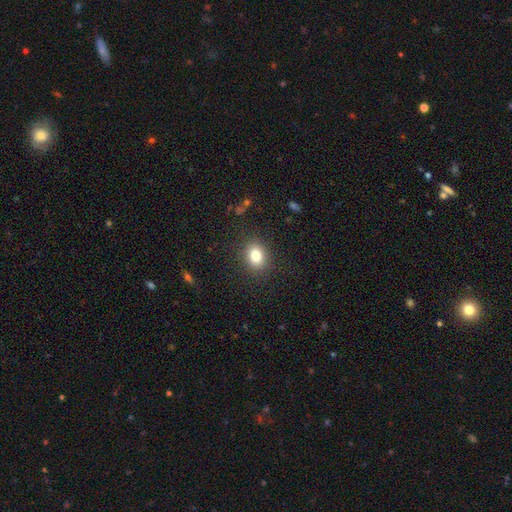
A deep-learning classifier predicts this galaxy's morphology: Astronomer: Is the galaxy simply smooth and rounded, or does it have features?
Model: smooth — 83%.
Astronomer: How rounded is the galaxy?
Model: in between — 55% (runner-up: round, 44%).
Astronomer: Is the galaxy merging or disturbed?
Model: none — 87%.